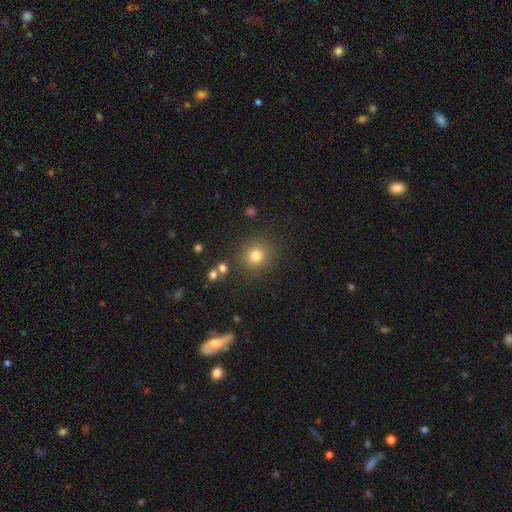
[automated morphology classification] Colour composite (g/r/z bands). It shows a smooth galaxy with no disk features (79%) that is round (88%). Merging: none (85%).